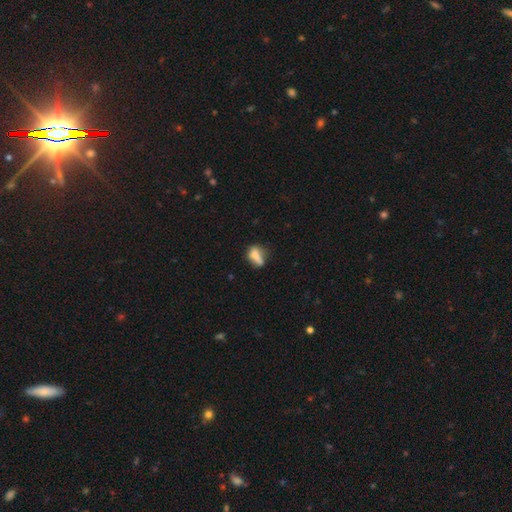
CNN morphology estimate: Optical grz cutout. It shows a smooth galaxy with no disk features (68%) that is in between round and cigar-shaped (63%). Merging: none (47%).